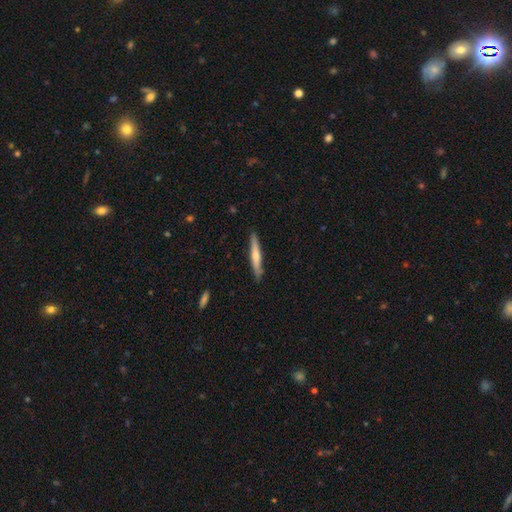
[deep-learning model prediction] Smooth or featured: smooth — 54% (featured or disk — 41%)
How rounded: cigar-shaped — 94% (in between — 5%)
Merging: none — 88% (minor disturbance — 9%)